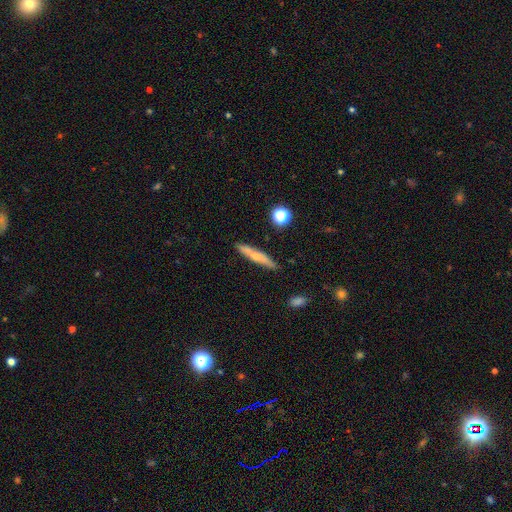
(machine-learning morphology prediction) smooth 53%, featured or disk 39%, star or artifact 7%. Down the decision tree: how rounded — cigar-shaped (89%); merging — none (81%).